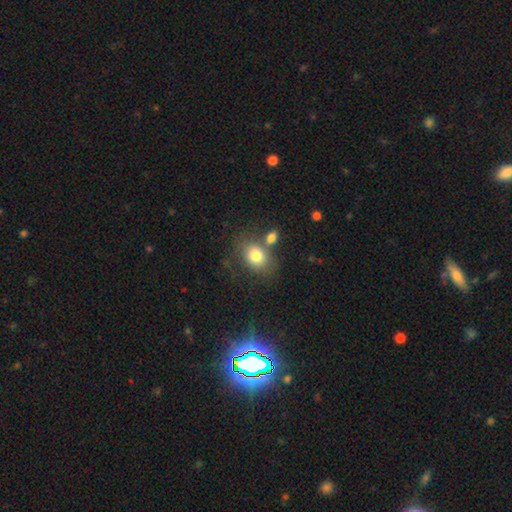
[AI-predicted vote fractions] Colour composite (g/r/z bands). It shows a smooth galaxy with no disk features (79%) that is in between round and cigar-shaped (58%). Merging: none (57%).